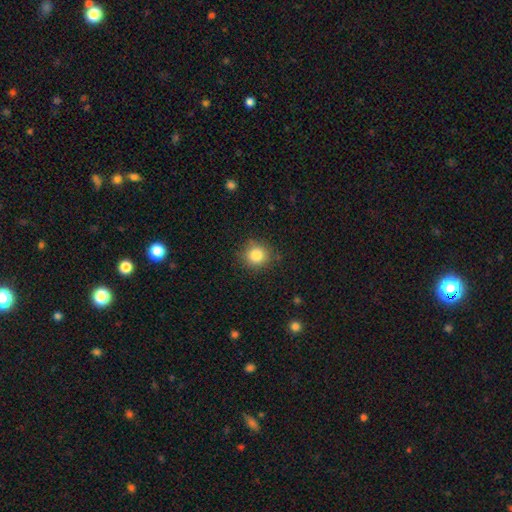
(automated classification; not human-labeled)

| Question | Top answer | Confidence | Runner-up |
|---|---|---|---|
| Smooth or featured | smooth | 83% | star or artifact (11%) |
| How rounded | round | 88% | in between (11%) |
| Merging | none | 85% | minor disturbance (11%) |